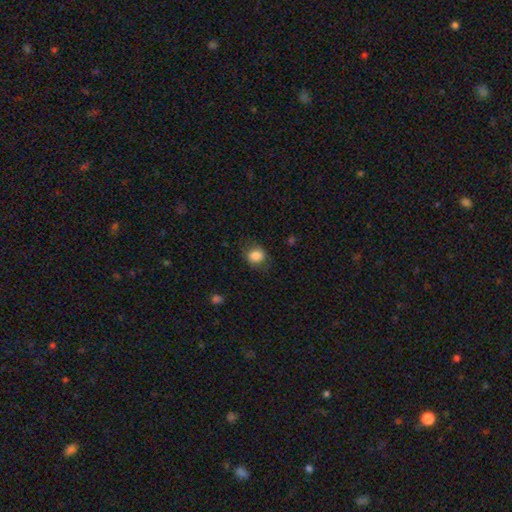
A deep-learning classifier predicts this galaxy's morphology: smooth-or-featured: smooth: 85% | star or artifact: 9% | featured or disk: 6%
  how-rounded: round: 70% | in between: 29% | cigar-shaped: 1%
  merging: none: 74% | minor disturbance: 18% | major disturbance: 6% | merger: 1%